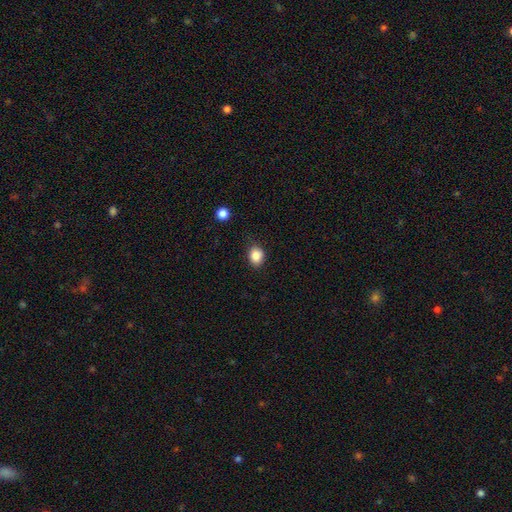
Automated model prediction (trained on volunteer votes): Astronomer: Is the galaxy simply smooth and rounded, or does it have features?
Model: smooth — 85%.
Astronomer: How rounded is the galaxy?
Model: round — 53% (runner-up: in between, 46%).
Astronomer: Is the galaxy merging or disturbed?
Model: none — 81%.